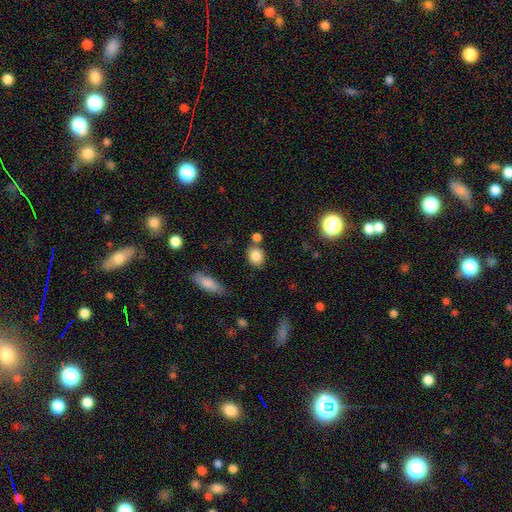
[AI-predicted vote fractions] Q: Smooth or featured?
A: smooth (83%); runner-up: star or artifact (10%)
Q: How rounded?
A: round (53%); runner-up: in between (46%)
Q: Merging?
A: none (73%); runner-up: merger (12%)